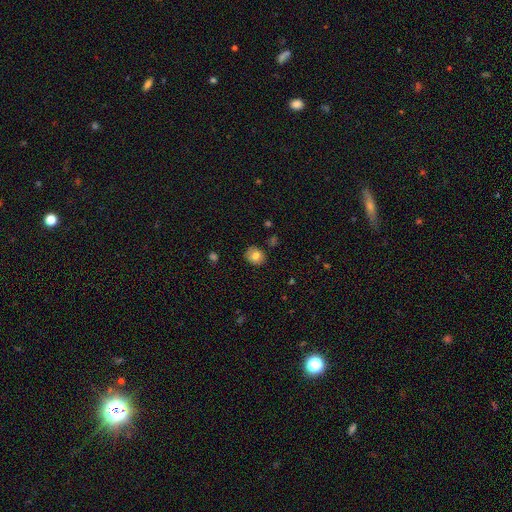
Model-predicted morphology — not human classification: This is likely a smooth galaxy (75%). How rounded: likely round (75%). Merging: clearly none (84%).